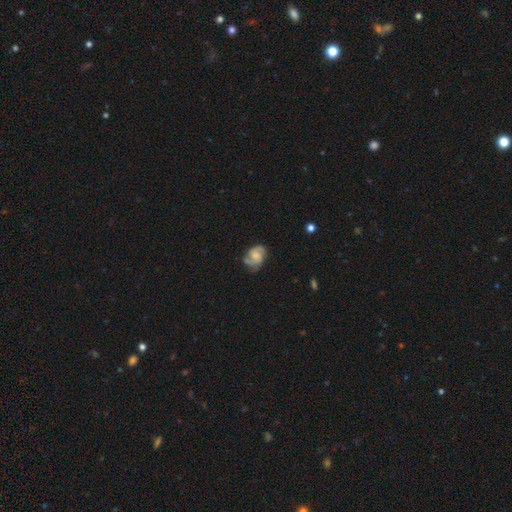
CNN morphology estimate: smooth_or_featured: featured or disk (p=0.76) [alt: smooth p=0.18]
disk_edge_on: no (p=0.98) [alt: yes p=0.02]
bar: no (p=0.52) [alt: weak p=0.40]
has_spiral_arms: yes (p=0.95) [alt: no p=0.05]
spiral_winding: medium (p=0.50) [alt: tight p=0.32]
spiral_arm_count: 2 (p=0.65) [alt: 3 p=0.18]
bulge_size: small (p=0.37) [alt: moderate p=0.36]
merging: none (p=0.64) [alt: minor disturbance p=0.23]